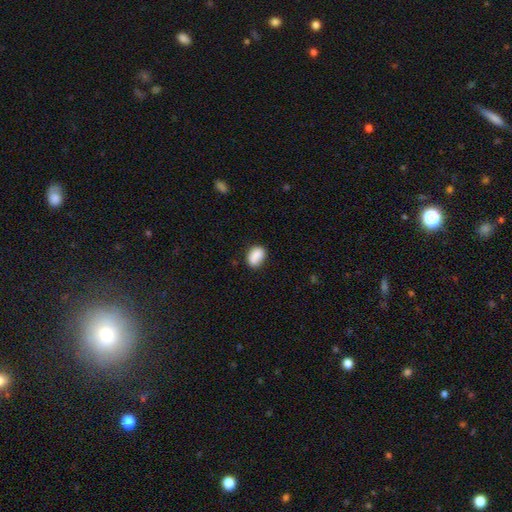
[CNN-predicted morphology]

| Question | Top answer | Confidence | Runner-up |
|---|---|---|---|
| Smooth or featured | smooth | 87% | star or artifact (8%) |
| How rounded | in between | 79% | round (20%) |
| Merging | none | 71% | minor disturbance (21%) |